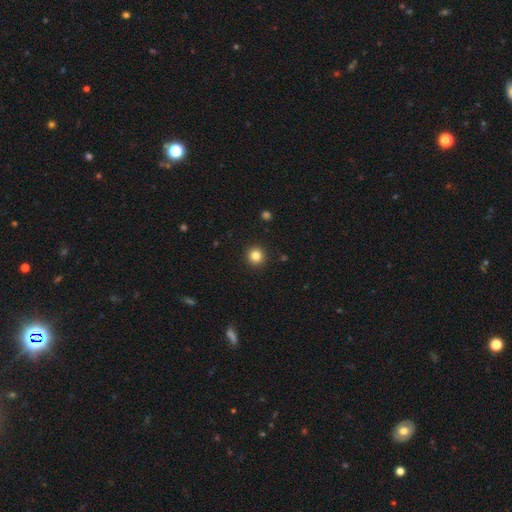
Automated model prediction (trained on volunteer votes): Smooth or featured? smooth (83%)
How rounded? round (95%)
Merging? none (93%)